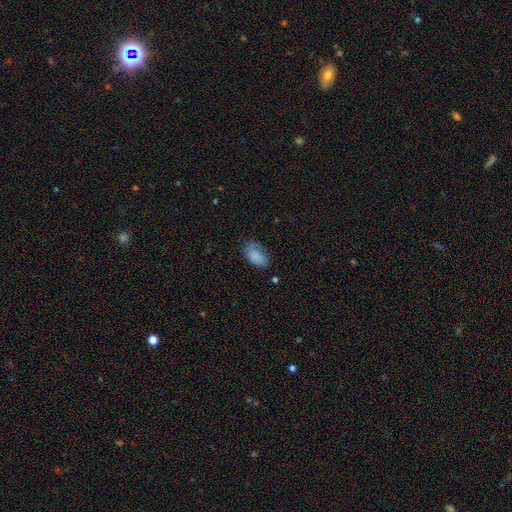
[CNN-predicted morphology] A smooth galaxy with no disk features (84%) that is in between round and cigar-shaped (93%). Merging: none (60%).